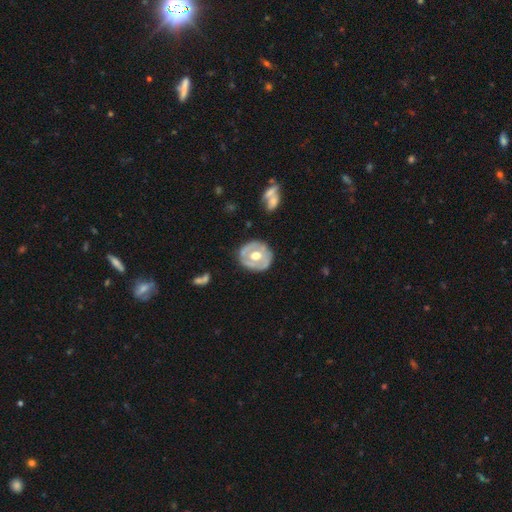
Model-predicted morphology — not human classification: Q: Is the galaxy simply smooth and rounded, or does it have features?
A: featured or disk — 58%.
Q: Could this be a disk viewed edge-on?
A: no — 95%.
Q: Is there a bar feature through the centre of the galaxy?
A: no — 73%.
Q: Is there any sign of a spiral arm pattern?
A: no — 72%.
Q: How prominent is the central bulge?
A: moderate — 74%.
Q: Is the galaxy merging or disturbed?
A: none — 76%.